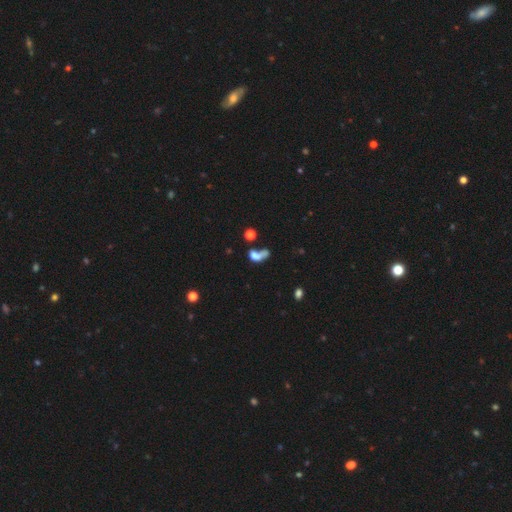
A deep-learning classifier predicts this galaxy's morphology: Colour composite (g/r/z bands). It shows a smooth galaxy with no disk features (60%) that is in between round and cigar-shaped (70%). Merging: merger (51%).